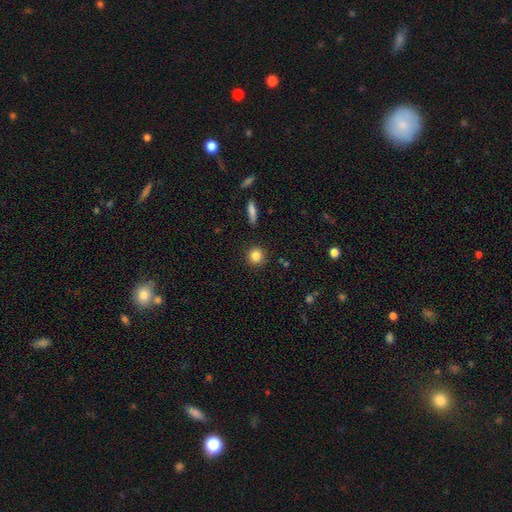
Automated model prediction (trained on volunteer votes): A smooth galaxy with no disk features (84%) that is round (91%).

Vote fractions:
- Smooth or featured? smooth: 84% / star or artifact: 10% / featured or disk: 6%
- How rounded? round: 91% / in between: 8% / cigar-shaped: 1%
- Merging? none: 90% / minor disturbance: 6% / major disturbance: 2% / merger: 2%